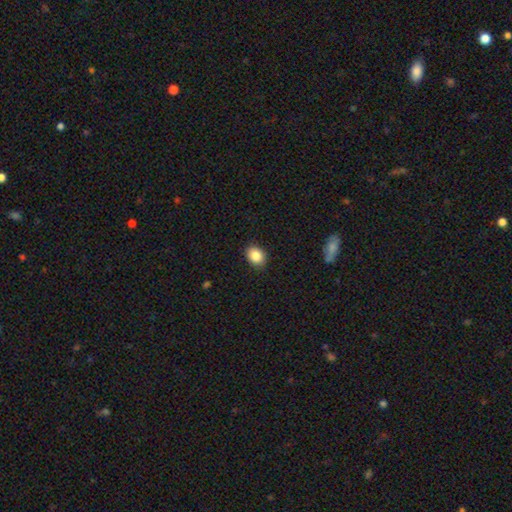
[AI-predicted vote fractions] smooth-or-featured: smooth: 86% | star or artifact: 9% | featured or disk: 5%
  how-rounded: in between: 56% | round: 43% | cigar-shaped: 1%
  merging: none: 89% | minor disturbance: 8% | major disturbance: 2% | merger: 1%